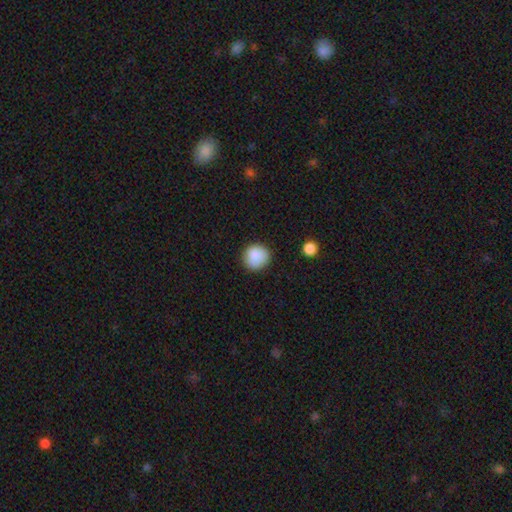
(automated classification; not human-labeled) Overall: smooth (87%). How rounded: round (92%). Merging: none (84%).